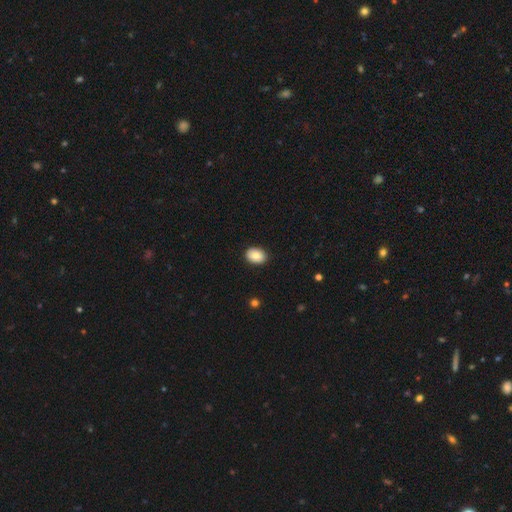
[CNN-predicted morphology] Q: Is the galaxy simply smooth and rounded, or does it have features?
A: smooth — 88%.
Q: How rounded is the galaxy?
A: in between — 78%.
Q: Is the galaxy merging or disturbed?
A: none — 89%.